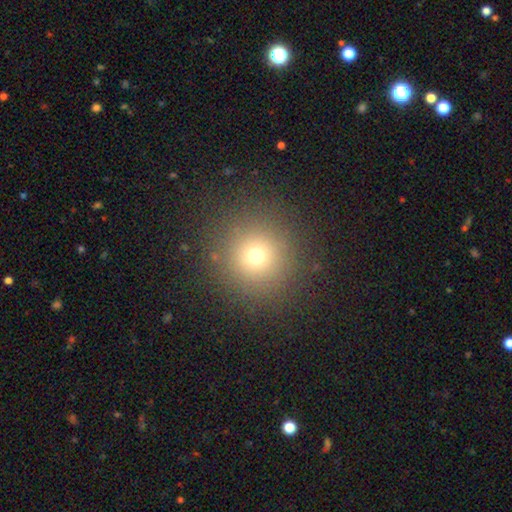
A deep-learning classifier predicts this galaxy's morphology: Overall: smooth (69%). How rounded: round (95%). Merging: none (88%).